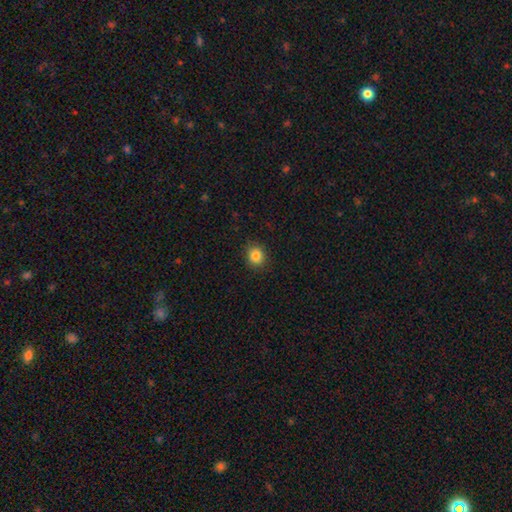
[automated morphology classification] Smooth or featured? Predicted: smooth (p=0.85). How rounded? Predicted: round (p=0.79). Merging? Predicted: none (p=0.89).